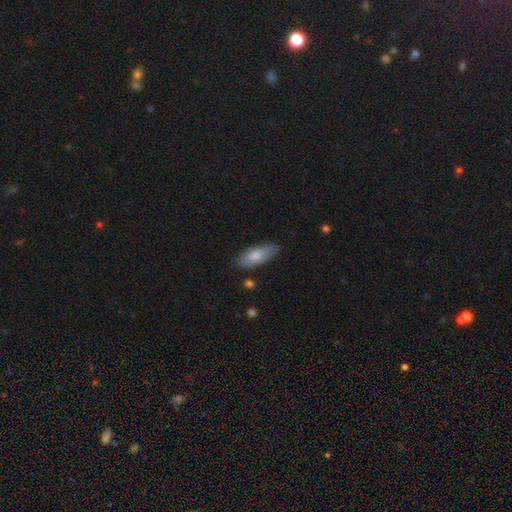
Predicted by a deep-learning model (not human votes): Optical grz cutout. It shows a smooth galaxy with no disk features (76%) that is in between round and cigar-shaped (80%). Merging: none (81%).